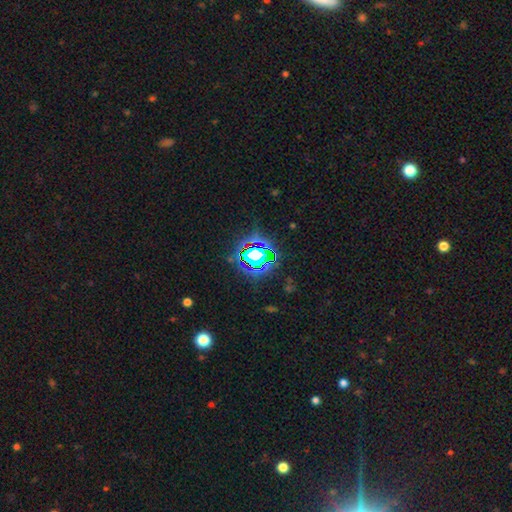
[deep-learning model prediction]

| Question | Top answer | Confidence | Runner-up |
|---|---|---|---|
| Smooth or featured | star or artifact | 72% | smooth (16%) |